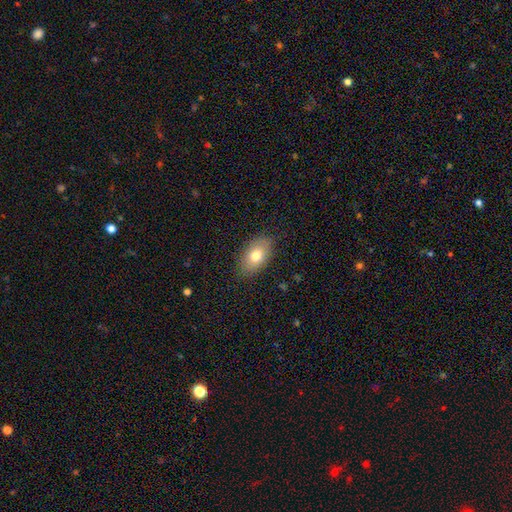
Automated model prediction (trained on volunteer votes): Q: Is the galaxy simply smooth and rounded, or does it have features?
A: smooth — 74%.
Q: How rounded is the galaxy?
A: in between — 90%.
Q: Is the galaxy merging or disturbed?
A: none — 84%.